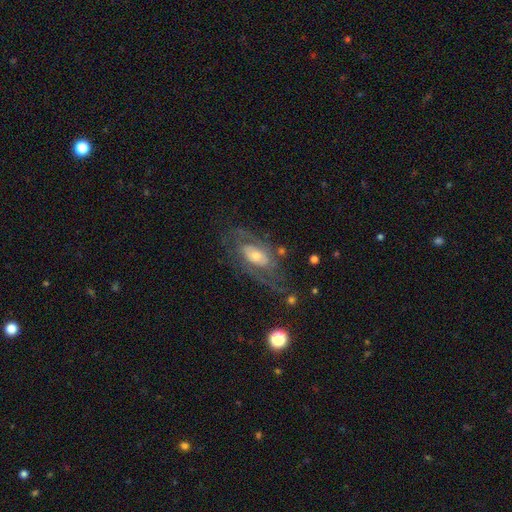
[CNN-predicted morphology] A featured or disk galaxy (78%) with no bar (60%), 2 (45%) medium (42%) spiral arms (82%) and a small central bulge (44%, tied with moderate). Merging: none (59%).